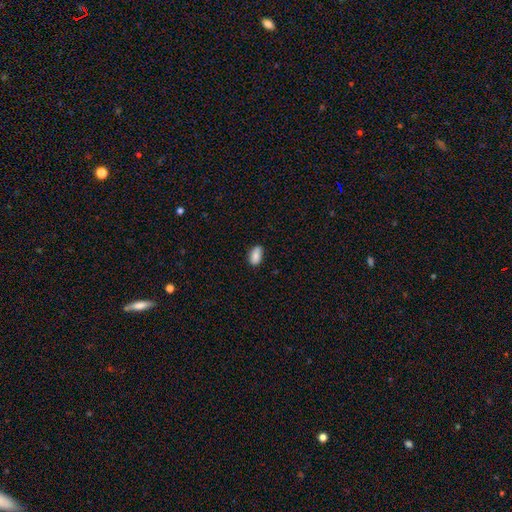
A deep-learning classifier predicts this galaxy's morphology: smooth_or_featured: smooth (p=0.83) [alt: featured or disk p=0.09]
how_rounded: in between (p=0.90) [alt: round p=0.05]
merging: none (p=0.79) [alt: minor disturbance p=0.17]